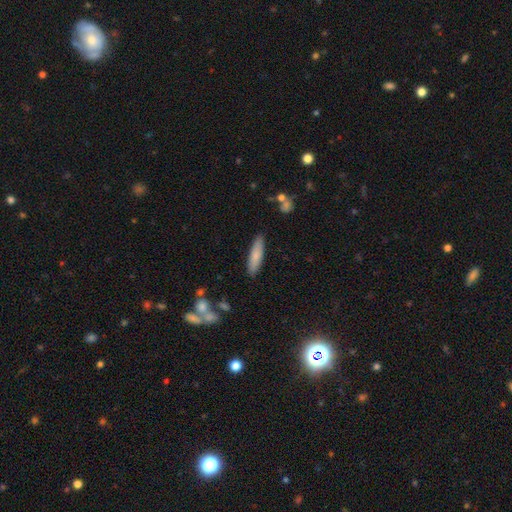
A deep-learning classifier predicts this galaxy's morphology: Smooth or featured?
  - smooth: 78% *
  - featured or disk: 16%
  - star or artifact: 6%
How rounded?
  - cigar-shaped: 72% *
  - in between: 27%
  - round: 2%
Merging?
  - none: 87% *
  - minor disturbance: 9%
  - major disturbance: 2%
  - merger: 2%